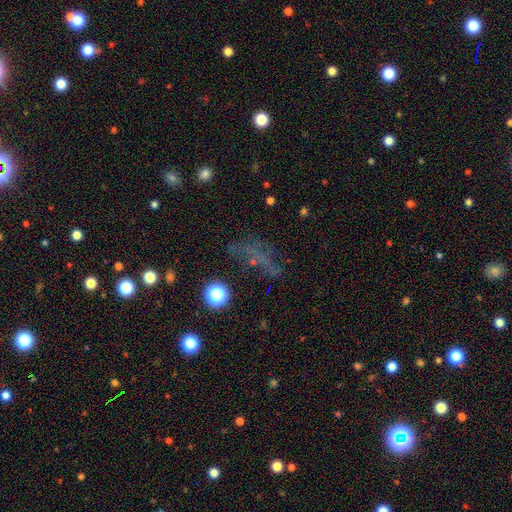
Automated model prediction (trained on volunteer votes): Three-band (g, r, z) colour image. It shows a star or artifact, not a galaxy (41%).